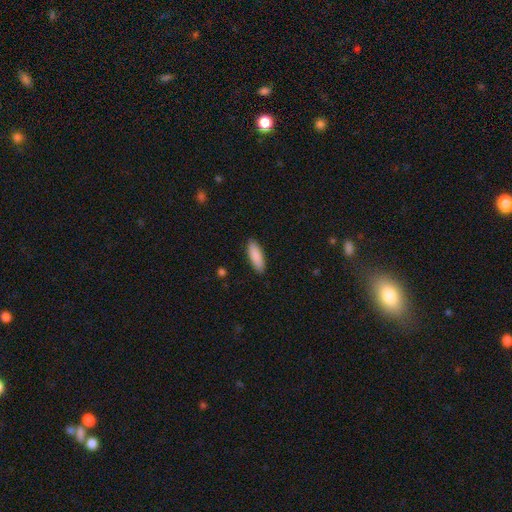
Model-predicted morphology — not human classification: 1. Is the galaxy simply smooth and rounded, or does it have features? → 89% smooth, 6% featured or disk, 5% star or artifact.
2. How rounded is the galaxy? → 60% in between, 38% cigar-shaped, 2% round.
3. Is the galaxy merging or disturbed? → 89% none, 9% minor disturbance, 2% major disturbance, 1% merger.